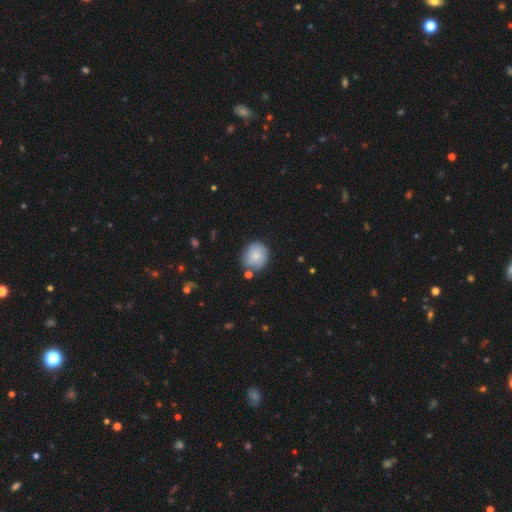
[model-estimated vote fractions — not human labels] Q: Smooth or featured?
A: smooth (80%); runner-up: featured or disk (12%)
Q: How rounded?
A: round (79%); runner-up: in between (20%)
Q: Merging?
A: none (72%); runner-up: minor disturbance (18%)